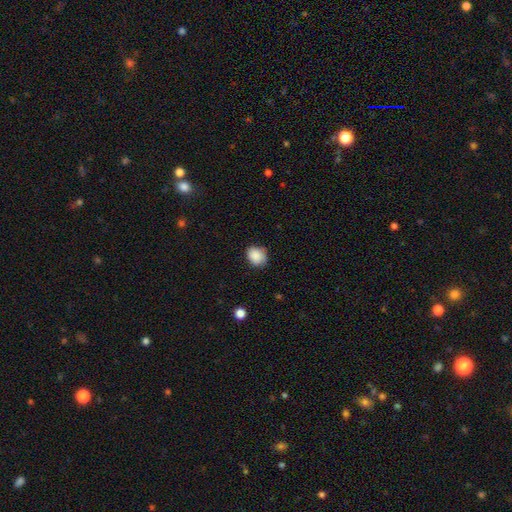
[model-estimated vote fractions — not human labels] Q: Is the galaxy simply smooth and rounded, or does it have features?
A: smooth — 87%.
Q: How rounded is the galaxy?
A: round — 55%.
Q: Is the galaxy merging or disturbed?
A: none — 74%.